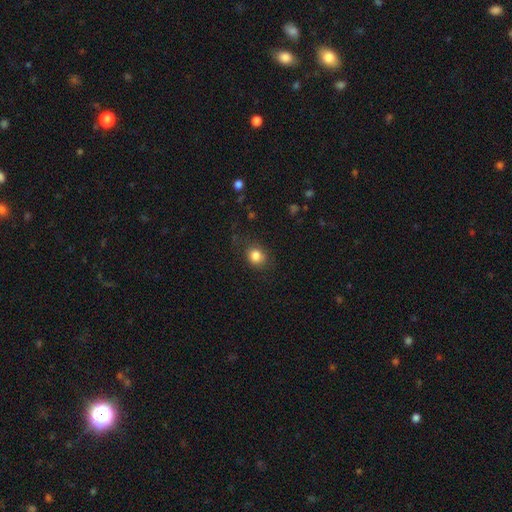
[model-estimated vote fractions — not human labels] Smooth or featured?
  - smooth: 83% *
  - star or artifact: 10%
  - featured or disk: 6%
How rounded?
  - round: 67% *
  - in between: 32%
  - cigar-shaped: 1%
Merging?
  - none: 78% *
  - minor disturbance: 15%
  - major disturbance: 5%
  - merger: 1%